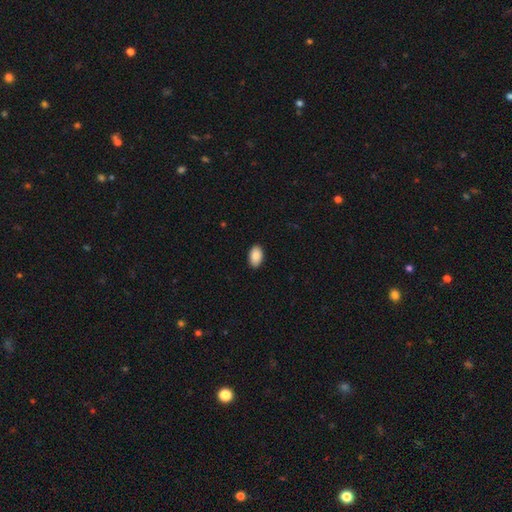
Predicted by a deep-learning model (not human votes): This is clearly a smooth galaxy (90%). How rounded: clearly in between (94%). Merging: clearly none (90%).